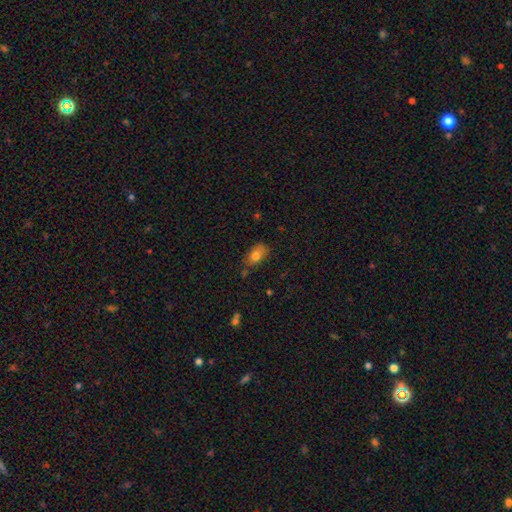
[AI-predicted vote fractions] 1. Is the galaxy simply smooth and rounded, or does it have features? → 78% smooth, 12% featured or disk, 10% star or artifact.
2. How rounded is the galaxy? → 86% in between, 11% round, 3% cigar-shaped.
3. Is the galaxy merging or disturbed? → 65% none, 25% minor disturbance, 6% major disturbance, 4% merger.